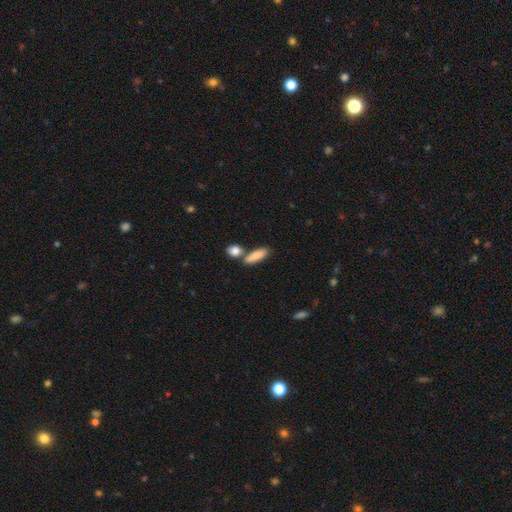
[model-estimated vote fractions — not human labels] Q: Smooth or featured?
A: smooth (82%); runner-up: featured or disk (11%)
Q: How rounded?
A: in between (54%); runner-up: cigar-shaped (41%)
Q: Merging?
A: none (55%); runner-up: merger (30%)